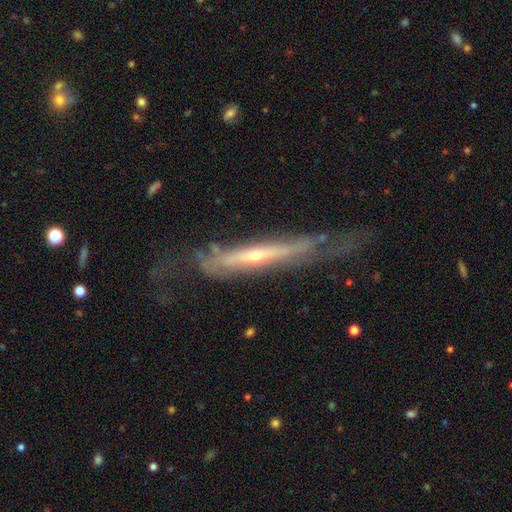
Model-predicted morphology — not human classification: Smooth or featured? Predicted: featured or disk (p=0.80). Edge-on disk? Predicted: yes (p=0.71). Edge-on bulge? Predicted: rounded (p=0.73). Merging? Predicted: none (p=0.51).